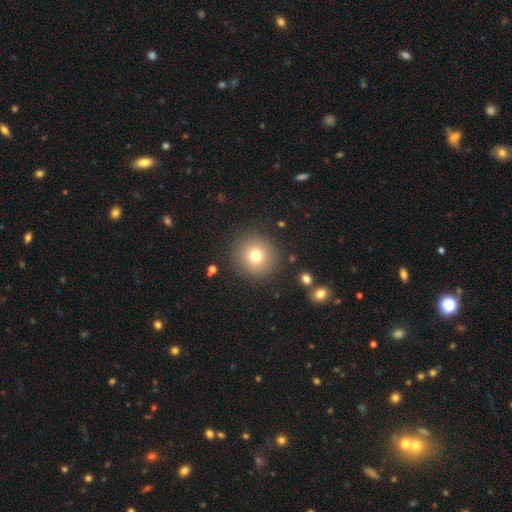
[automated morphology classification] type=smooth (75%); roundness=round (94%); merging=none (88%).